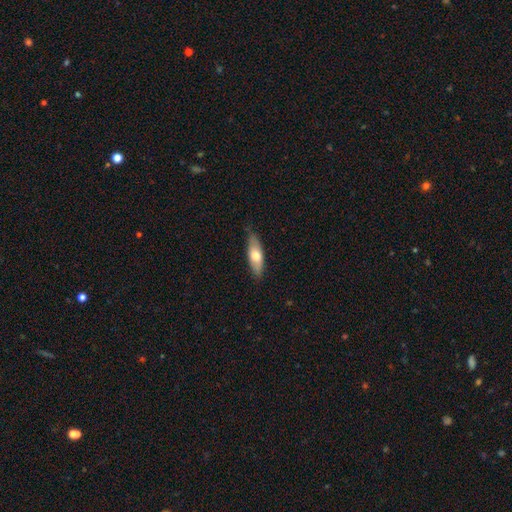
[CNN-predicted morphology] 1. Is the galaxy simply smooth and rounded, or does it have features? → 65% smooth, 29% featured or disk, 6% star or artifact.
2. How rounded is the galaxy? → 59% in between, 39% cigar-shaped, 2% round.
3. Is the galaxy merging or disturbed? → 80% none, 16% minor disturbance, 3% major disturbance, 1% merger.